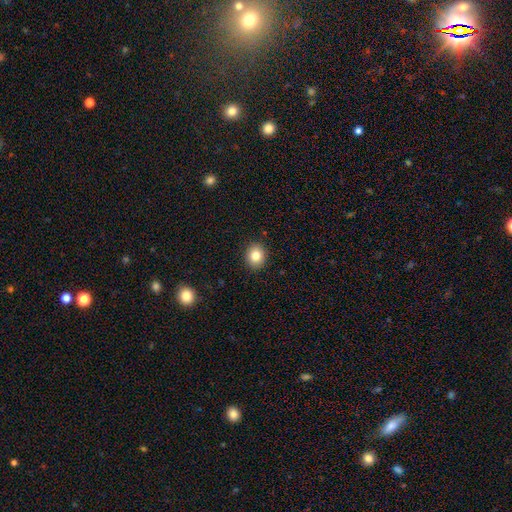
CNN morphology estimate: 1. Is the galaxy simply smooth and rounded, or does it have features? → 83% smooth, 10% star or artifact, 7% featured or disk.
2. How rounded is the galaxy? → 70% round, 30% in between, 1% cigar-shaped.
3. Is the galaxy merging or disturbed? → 90% none, 7% minor disturbance, 2% major disturbance, 1% merger.